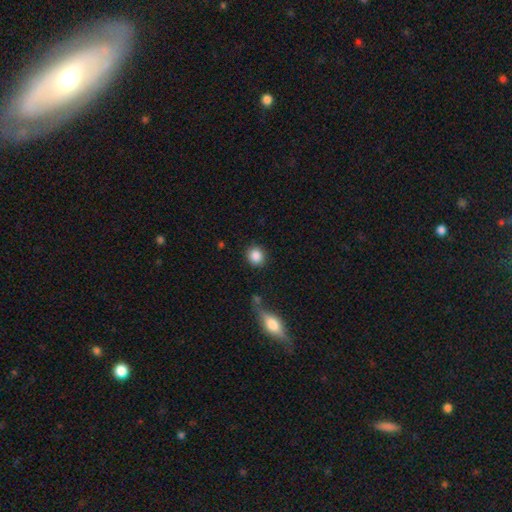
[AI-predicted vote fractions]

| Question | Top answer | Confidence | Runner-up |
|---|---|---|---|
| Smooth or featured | smooth | 87% | star or artifact (8%) |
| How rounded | round | 83% | in between (16%) |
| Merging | none | 87% | minor disturbance (7%) |